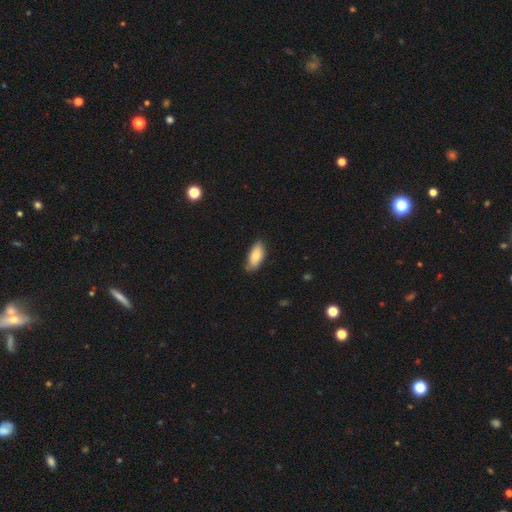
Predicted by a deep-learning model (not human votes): This is clearly a smooth galaxy (83%). How rounded: clearly in between (85%). Merging: likely none (75%).